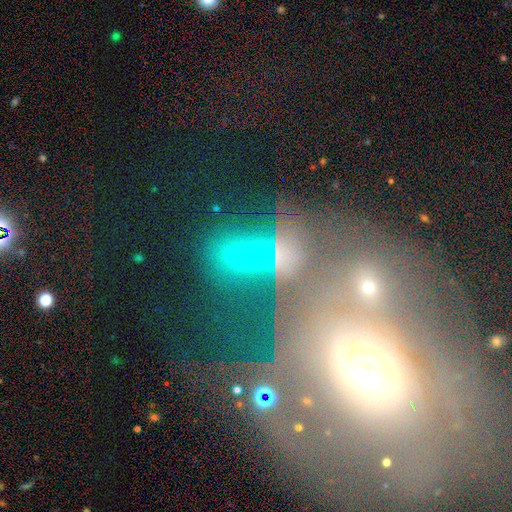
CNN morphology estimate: A star or artifact, not a galaxy (36%, tied with smooth).

Vote fractions:
- Smooth or featured? star or artifact: 36% (tied) / smooth: 36% (tied) / featured or disk: 28%